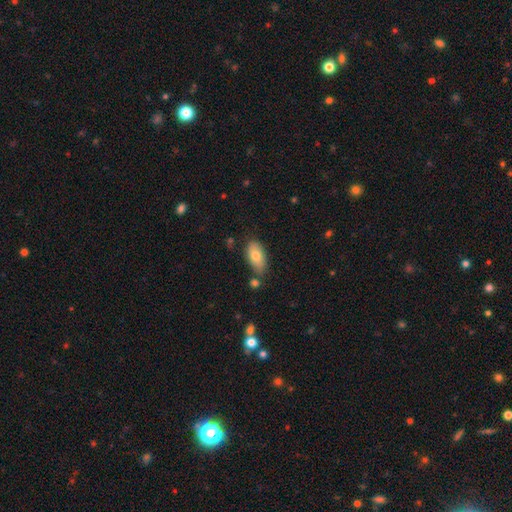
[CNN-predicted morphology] type=smooth (78%); roundness=in between (92%); merging=none (73%).